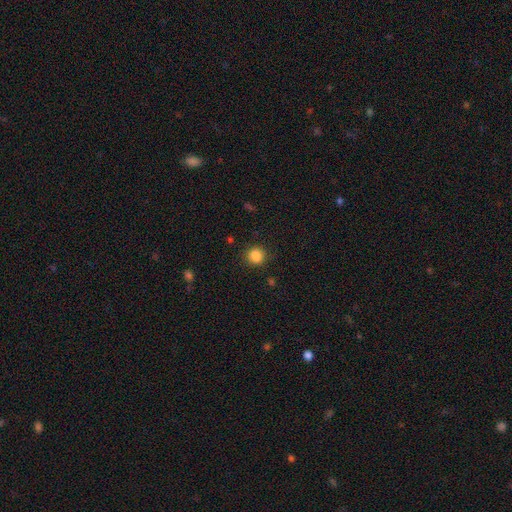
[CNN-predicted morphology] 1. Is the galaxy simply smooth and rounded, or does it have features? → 86% smooth, 10% star or artifact, 3% featured or disk.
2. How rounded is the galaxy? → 82% round, 17% in between, 1% cigar-shaped.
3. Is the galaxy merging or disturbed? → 85% none, 10% minor disturbance, 3% major disturbance, 1% merger.